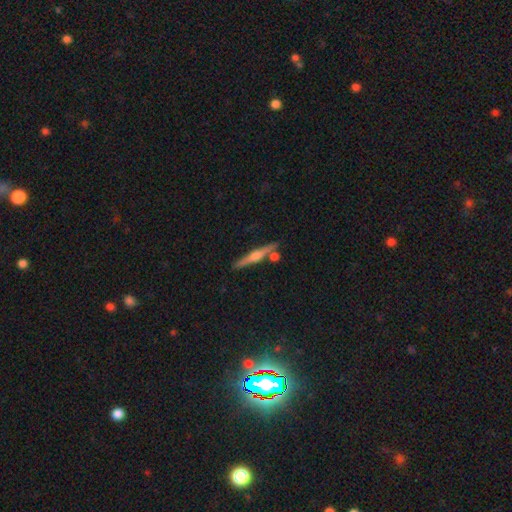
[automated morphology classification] A featured or disk galaxy (71%) viewed edge-on (98%) with a rounded central bulge (88%). Merging: none (82%).